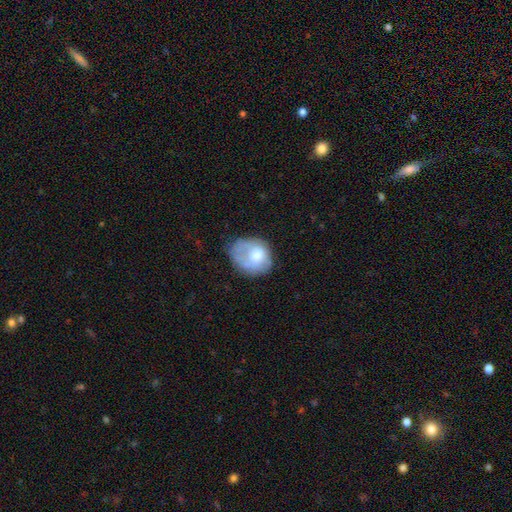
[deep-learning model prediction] Smooth or featured? Predicted: smooth (p=0.63). How rounded? Predicted: round (p=0.50). Merging? Predicted: none (p=0.36).